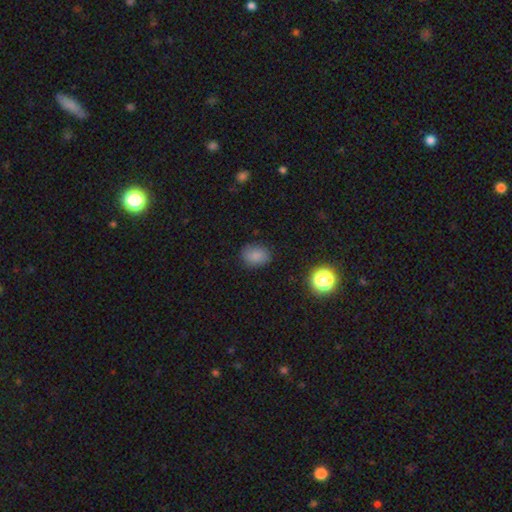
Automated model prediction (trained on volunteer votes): Q: Smooth or featured?
A: smooth (81%); runner-up: star or artifact (12%)
Q: How rounded?
A: in between (65%); runner-up: round (34%)
Q: Merging?
A: none (81%); runner-up: minor disturbance (14%)